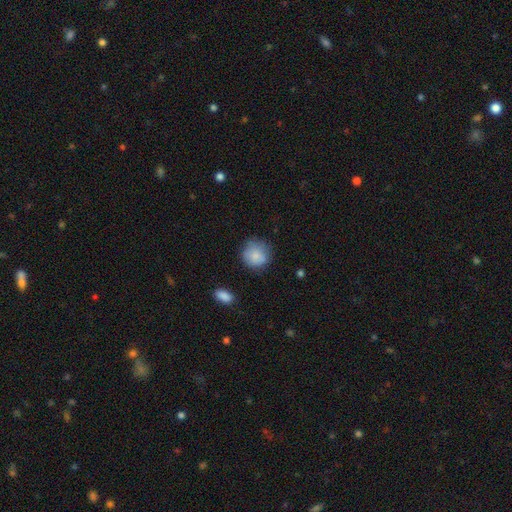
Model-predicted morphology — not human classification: This appears to be a smooth galaxy with no disk features (83%) that is round (88%). Merging: none (70%).